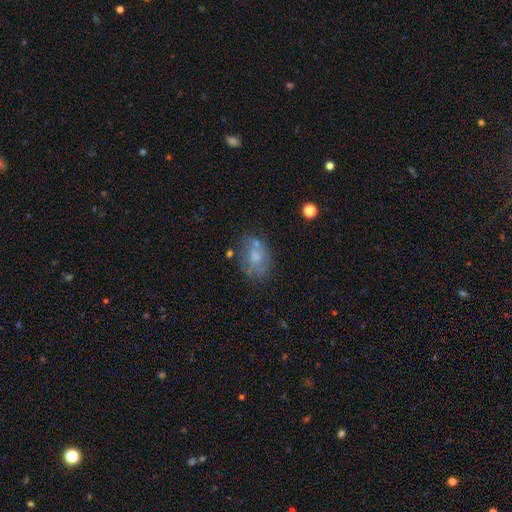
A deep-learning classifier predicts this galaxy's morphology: smooth-or-featured: smooth: 47% | featured or disk: 42% | star or artifact: 12%
  merging: none: 55% | minor disturbance: 23% | major disturbance: 11% | merger: 11%